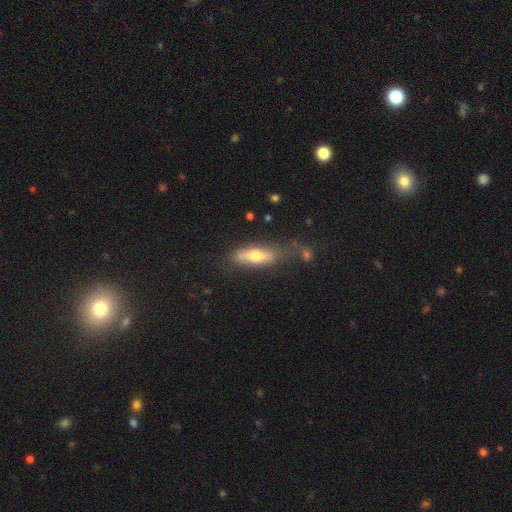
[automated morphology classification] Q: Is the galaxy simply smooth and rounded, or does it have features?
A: smooth — 59%.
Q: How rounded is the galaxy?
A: in between — 51%.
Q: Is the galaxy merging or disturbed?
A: none — 60%.